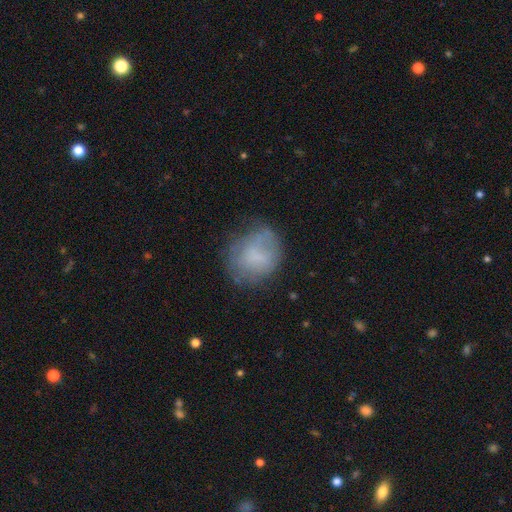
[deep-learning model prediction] A smooth galaxy with no disk features (63%) that is round (69%). Merging: none (55%).